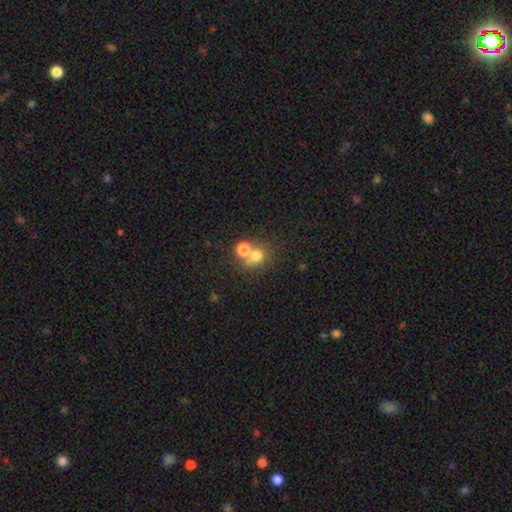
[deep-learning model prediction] Smooth or featured? Predicted: smooth (p=0.69). How rounded? Predicted: round (p=0.78). Merging? Predicted: none (p=0.47).